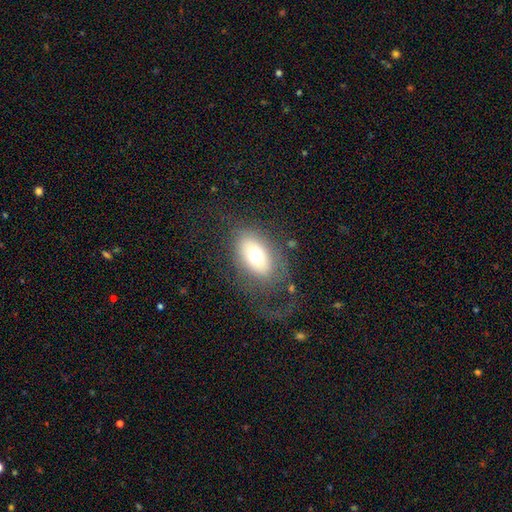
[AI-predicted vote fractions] This is likely a smooth galaxy (62%). How rounded: clearly in between (86%). Merging: possibly none (57%).